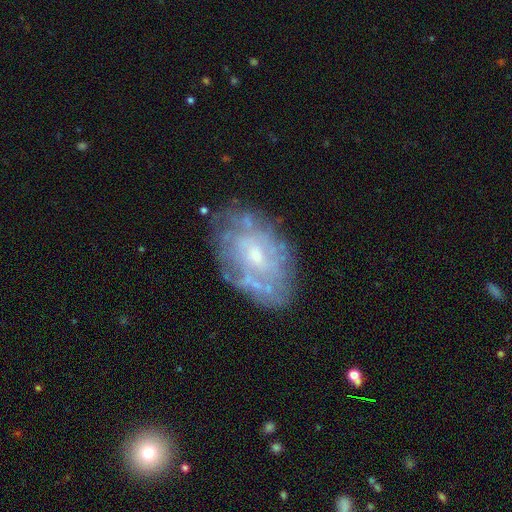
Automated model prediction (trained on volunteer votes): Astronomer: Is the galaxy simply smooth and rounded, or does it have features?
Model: featured or disk — 67%.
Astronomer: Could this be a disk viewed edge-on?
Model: no — 95%.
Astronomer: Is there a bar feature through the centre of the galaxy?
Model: no — 71%.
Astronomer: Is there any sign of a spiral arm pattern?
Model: no — 55% (runner-up: yes, 45%).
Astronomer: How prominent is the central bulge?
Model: small — 58% (runner-up: moderate, 35%).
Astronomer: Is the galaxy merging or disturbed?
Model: none — 66%.